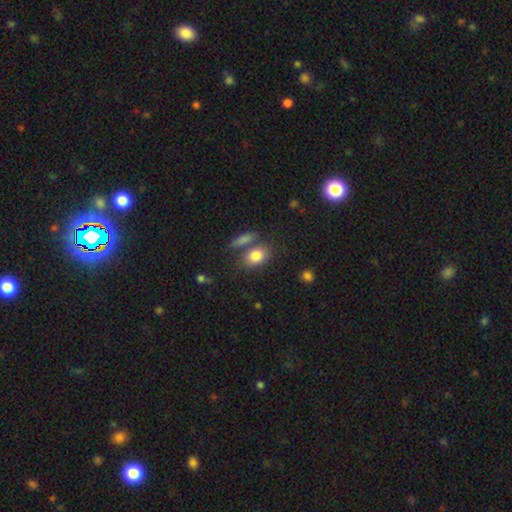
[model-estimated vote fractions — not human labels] smooth 82%, featured or disk 9%, star or artifact 8%. Down the decision tree: how rounded — in between (75%); merging — none (60%).